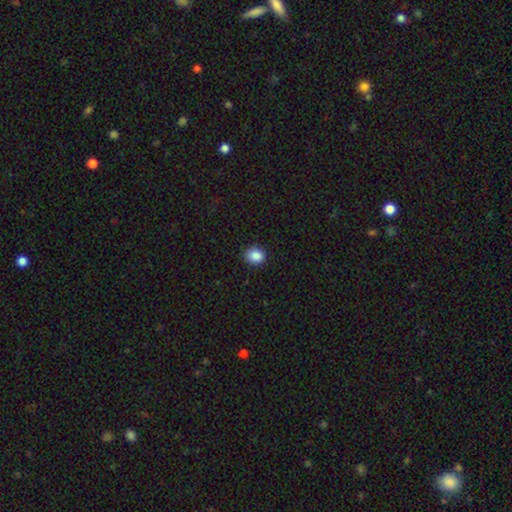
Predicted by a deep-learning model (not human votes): A smooth galaxy with no disk features (88%) that is round (52%).

Vote fractions:
- Smooth or featured? smooth: 88% / star or artifact: 9% / featured or disk: 3%
- How rounded? round: 52% / in between: 47% / cigar-shaped: 1%
- Merging? none: 85% / minor disturbance: 11% / major disturbance: 2% / merger: 1%